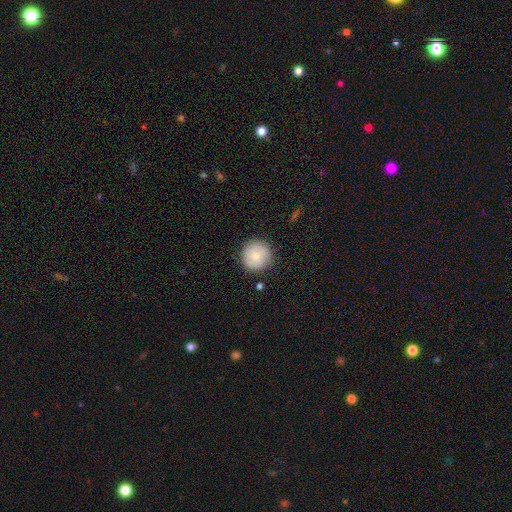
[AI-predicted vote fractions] Overall: smooth (67%). How rounded: round (94%). Merging: none (85%).